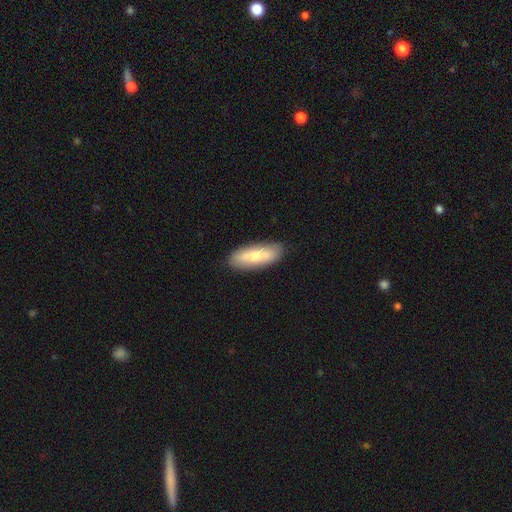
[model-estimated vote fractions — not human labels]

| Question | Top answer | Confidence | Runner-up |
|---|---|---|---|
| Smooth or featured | smooth | 66% | featured or disk (28%) |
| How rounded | in between | 70% | cigar-shaped (28%) |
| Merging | none | 85% | minor disturbance (11%) |